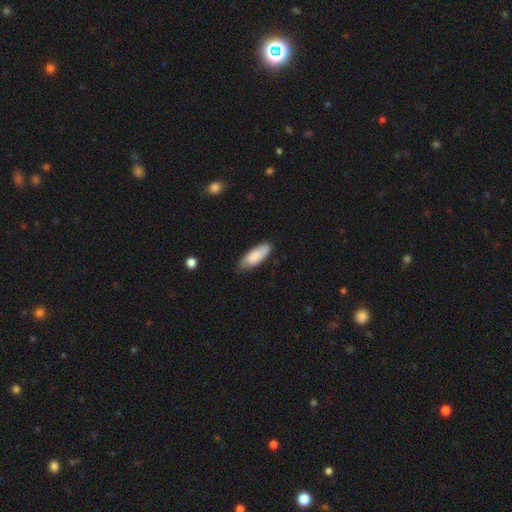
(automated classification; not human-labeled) Q: Smooth or featured?
A: smooth (81%); runner-up: featured or disk (13%)
Q: How rounded?
A: in between (72%); runner-up: cigar-shaped (26%)
Q: Merging?
A: none (70%); runner-up: minor disturbance (25%)